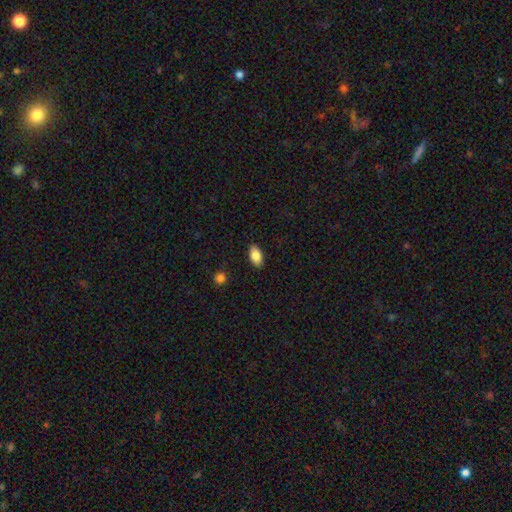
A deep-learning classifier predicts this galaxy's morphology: smooth 84%, featured or disk 8%, star or artifact 7%. Down the decision tree: how rounded — in between (92%); merging — none (88%).